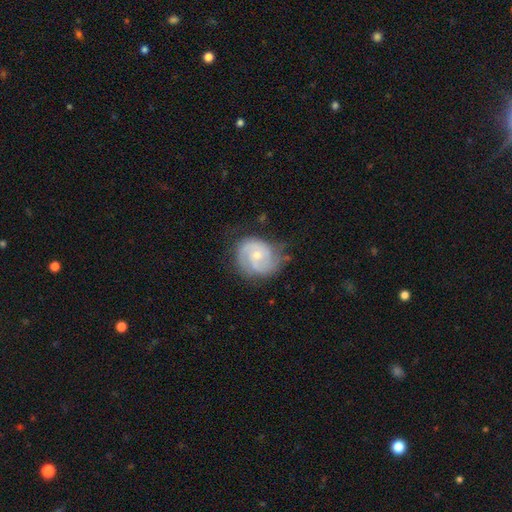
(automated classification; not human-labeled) Overall: featured or disk (79%). Edge-on disk: no (98%). Bar: no (59%; weak 36%). Spiral arms: yes (95%). Spiral arm count: 2 (69%). Spiral winding: tight (45%; medium 43%). Bulge size: small (58%; moderate 37%). Merging: none (66%).